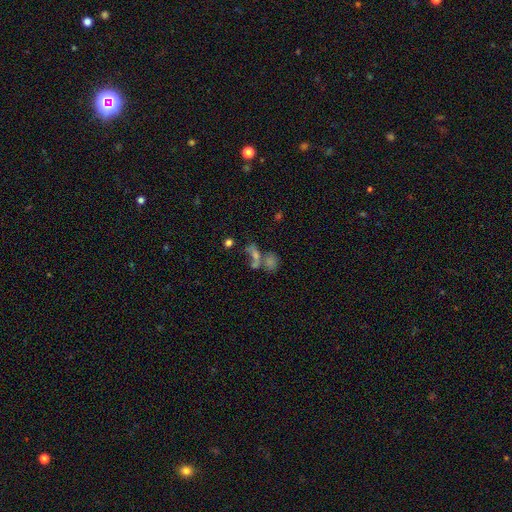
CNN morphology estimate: Smooth or featured? Predicted: smooth (p=0.45). Merging? Predicted: merger (p=0.42).